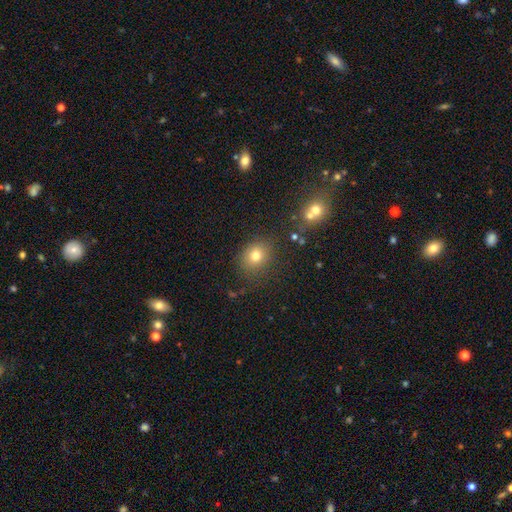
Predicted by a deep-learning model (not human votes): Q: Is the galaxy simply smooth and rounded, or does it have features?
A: smooth — 75%.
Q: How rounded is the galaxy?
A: round — 64%.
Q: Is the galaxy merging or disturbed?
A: none — 81%.